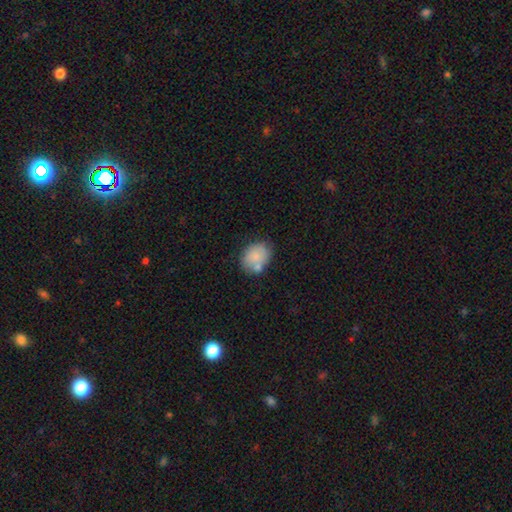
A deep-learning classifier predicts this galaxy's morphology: Q: Smooth or featured?
A: smooth (79%); runner-up: featured or disk (13%)
Q: How rounded?
A: in between (56%); runner-up: round (43%)
Q: Merging?
A: none (57%); runner-up: minor disturbance (20%)